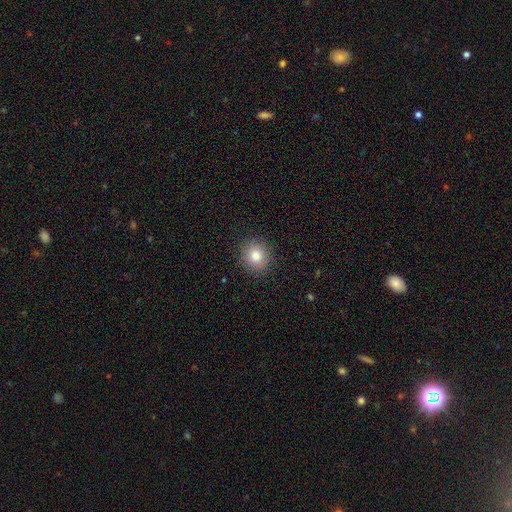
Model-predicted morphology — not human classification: type=smooth (82%); roundness=round (87%); merging=none (90%).